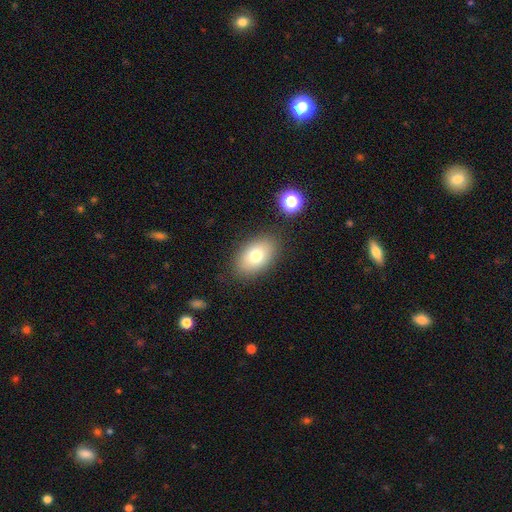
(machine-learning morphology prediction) type=smooth (76%); roundness=in between (89%); merging=none (84%).